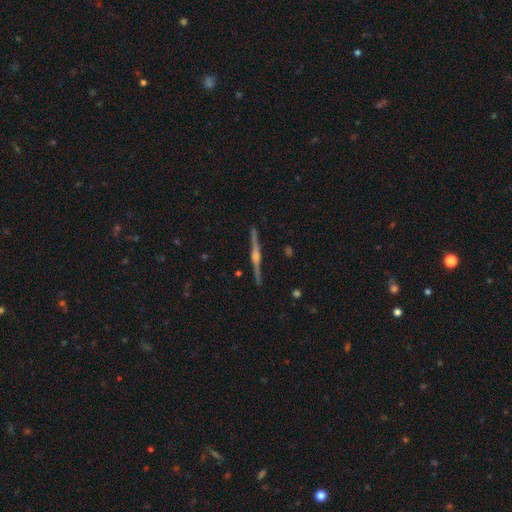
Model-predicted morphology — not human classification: This appears to be a featured or disk galaxy (87%) viewed edge-on (99%) with a rounded central bulge (87%). Merging: none (92%).